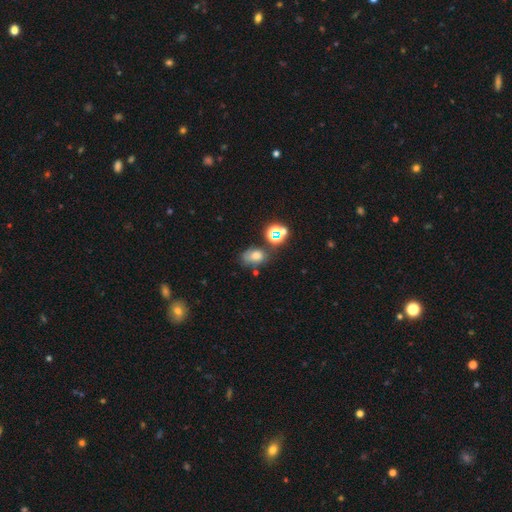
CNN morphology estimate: smooth 62%, star or artifact 22%, featured or disk 16%. Down the decision tree: how rounded — in between (70%); merging — none (46%).